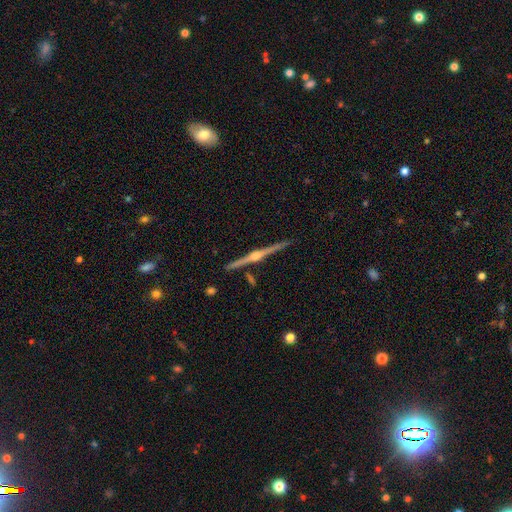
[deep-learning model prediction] Overall: featured or disk (88%). Edge-on disk: yes (99%). Edge-on bulge: rounded (92%). Merging: none (91%).